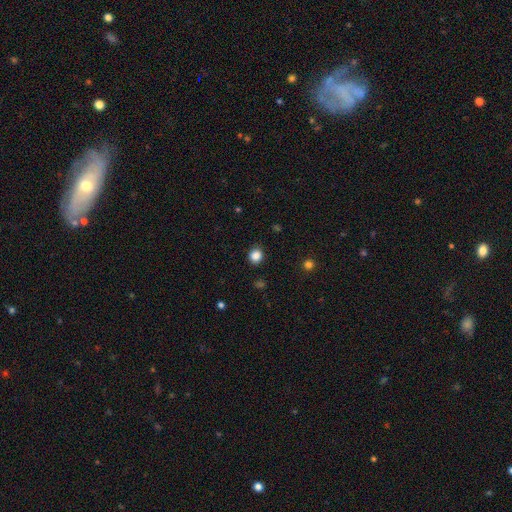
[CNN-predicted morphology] This is clearly a smooth galaxy (86%). How rounded: clearly round (82%). Merging: clearly none (90%).